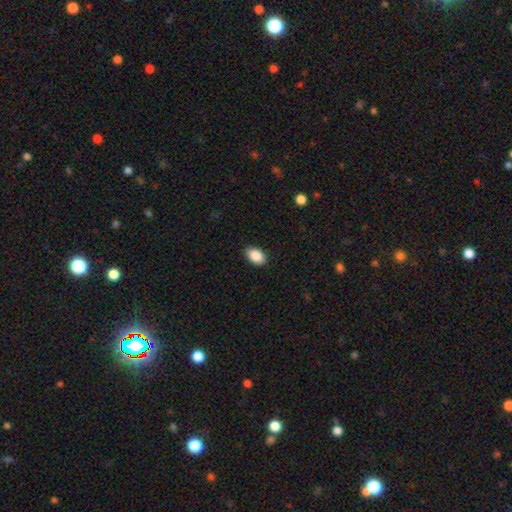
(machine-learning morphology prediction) Smooth or featured?
  - smooth: 89% *
  - star or artifact: 8%
  - featured or disk: 4%
How rounded?
  - in between: 90% *
  - round: 9%
  - cigar-shaped: 1%
Merging?
  - none: 88% *
  - minor disturbance: 9%
  - major disturbance: 2%
  - merger: 1%